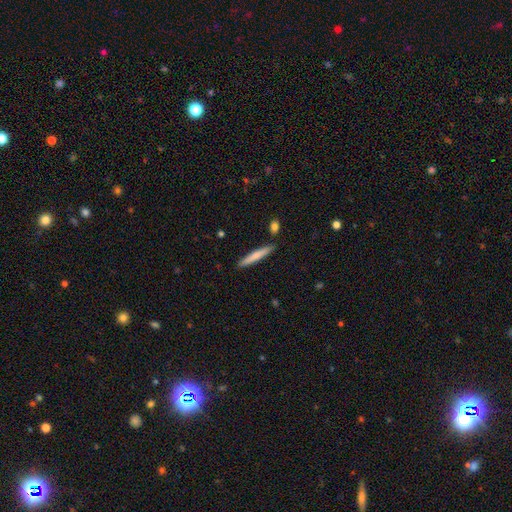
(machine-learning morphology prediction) This is likely a smooth galaxy (72%). How rounded: clearly cigar-shaped (94%). Merging: clearly none (88%).